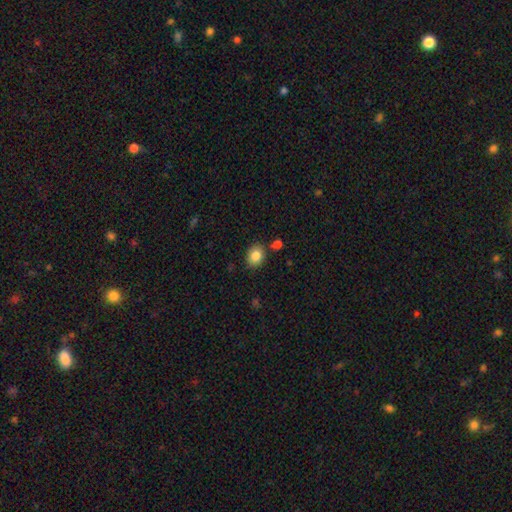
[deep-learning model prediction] Overall: smooth (85%). How rounded: in between (51%; round 48%). Merging: none (79%).